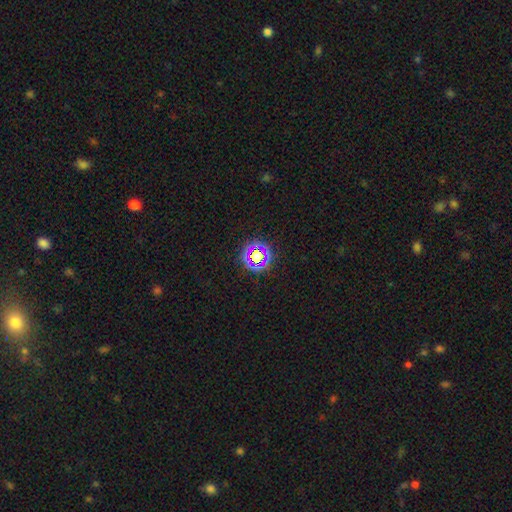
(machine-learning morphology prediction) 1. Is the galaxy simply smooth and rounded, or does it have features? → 61% star or artifact, 26% smooth, 13% featured or disk.